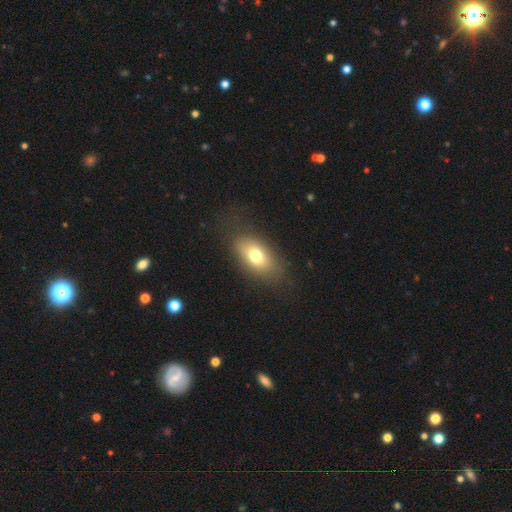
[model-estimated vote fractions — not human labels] This is likely a smooth galaxy (73%). How rounded: clearly in between (87%). Merging: likely none (78%).